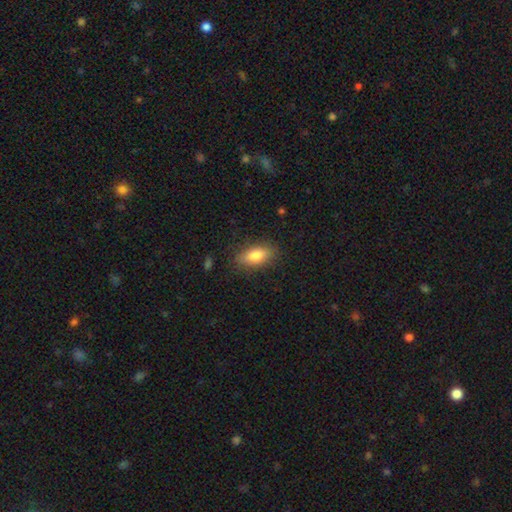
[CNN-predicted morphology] A smooth galaxy with no disk features (81%) that is in between round and cigar-shaped (84%).

Vote fractions:
- Smooth or featured? smooth: 81% / featured or disk: 12% / star or artifact: 7%
- How rounded? in between: 84% / cigar-shaped: 12% / round: 4%
- Merging? none: 83% / minor disturbance: 12% / major disturbance: 3% / merger: 1%